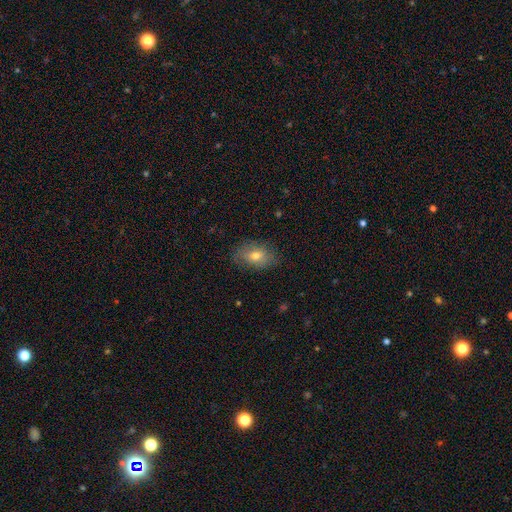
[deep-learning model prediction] This is likely a smooth galaxy (70%). How rounded: clearly in between (85%). Merging: clearly none (81%).